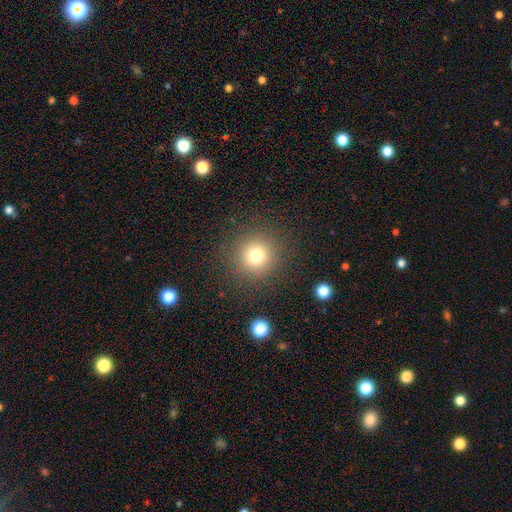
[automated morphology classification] smooth_or_featured: smooth (p=0.76) [alt: star or artifact p=0.15]
how_rounded: round (p=0.95) [alt: in between p=0.04]
merging: none (p=0.89) [alt: minor disturbance p=0.06]